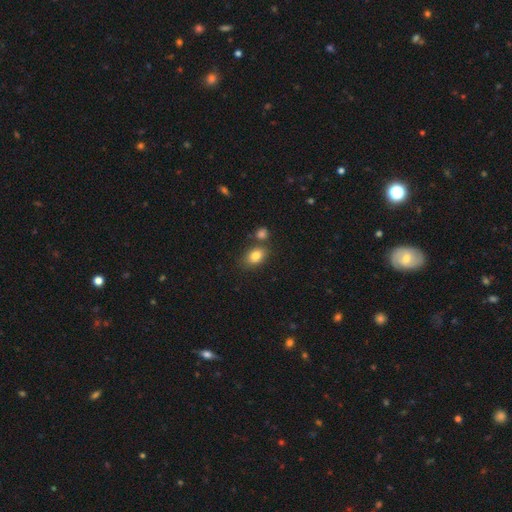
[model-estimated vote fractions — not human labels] Overall: smooth (82%). How rounded: in between (79%). Merging: none (67%).